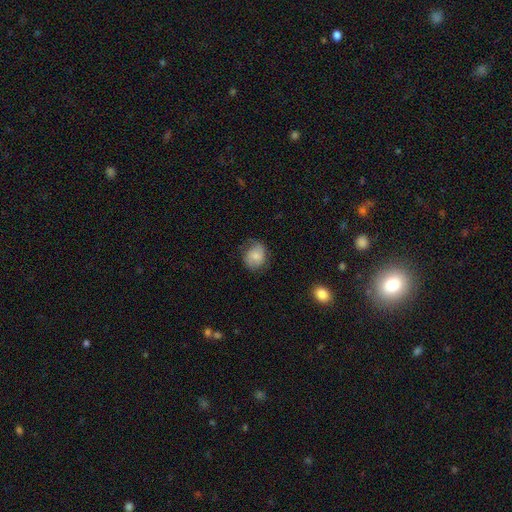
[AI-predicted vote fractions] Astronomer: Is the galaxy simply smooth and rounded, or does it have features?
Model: smooth — 62%.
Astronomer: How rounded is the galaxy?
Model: round — 61% (runner-up: in between, 38%).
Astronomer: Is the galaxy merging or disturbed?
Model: none — 62%.